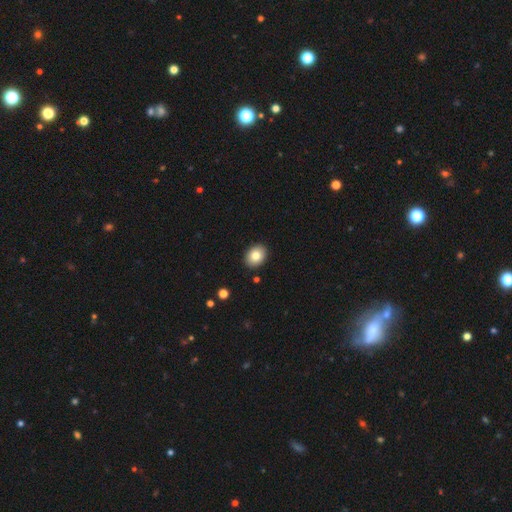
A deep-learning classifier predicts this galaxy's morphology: smooth 83%, featured or disk 9%, star or artifact 8%. Down the decision tree: how rounded — in between (61%); merging — none (90%).